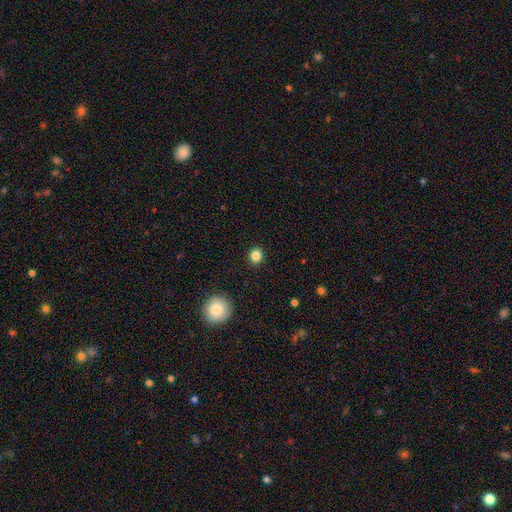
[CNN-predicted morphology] Smooth or featured?
  - smooth: 84% *
  - star or artifact: 11%
  - featured or disk: 5%
How rounded?
  - round: 82% *
  - in between: 17%
  - cigar-shaped: 1%
Merging?
  - none: 91% *
  - minor disturbance: 6%
  - major disturbance: 2%
  - merger: 1%